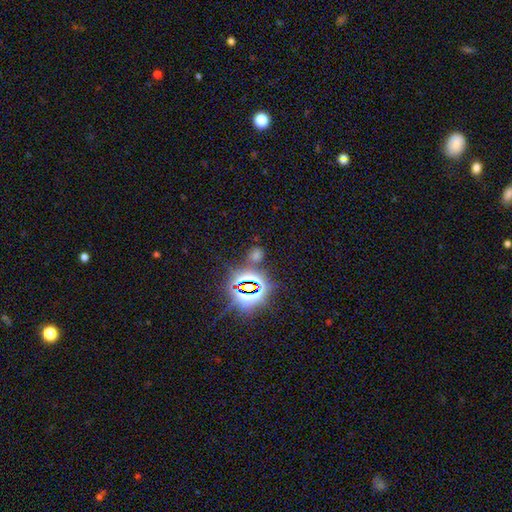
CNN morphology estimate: A star or artifact, not a galaxy (59%).

Vote fractions:
- Smooth or featured? star or artifact: 59% / smooth: 34% / featured or disk: 7%